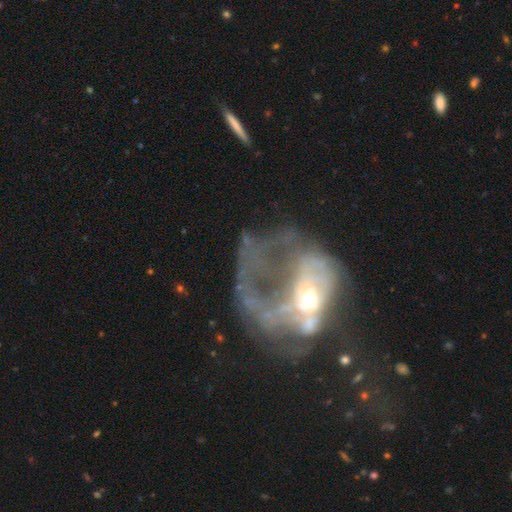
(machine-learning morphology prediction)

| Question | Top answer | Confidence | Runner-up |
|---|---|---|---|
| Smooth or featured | featured or disk | 67% | smooth (20%) |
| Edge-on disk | no | 97% | yes (3%) |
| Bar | no | 78% | weak (16%) |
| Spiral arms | no | 64% | yes (36%) |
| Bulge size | moderate | 44% | small (43%) |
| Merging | major disturbance | 52% | merger (26%) |